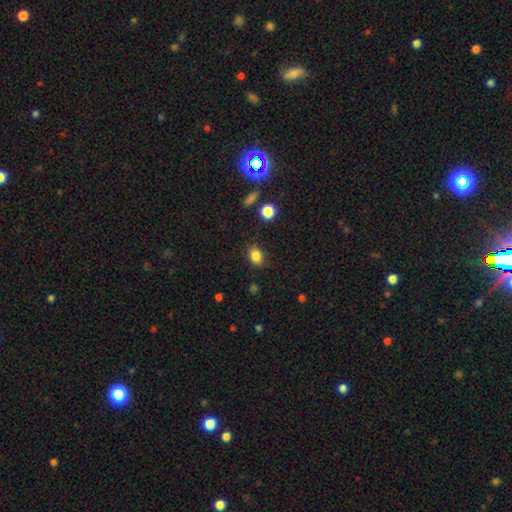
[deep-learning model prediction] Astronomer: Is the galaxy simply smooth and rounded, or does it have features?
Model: smooth — 83%.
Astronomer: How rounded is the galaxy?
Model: in between — 57% (runner-up: round, 42%).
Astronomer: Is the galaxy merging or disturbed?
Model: none — 82%.